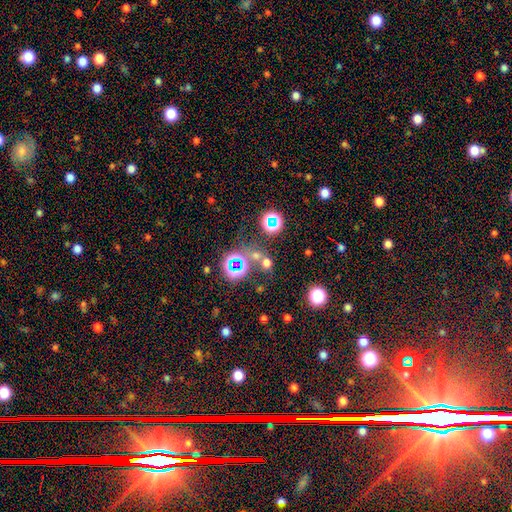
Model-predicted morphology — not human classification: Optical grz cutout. It shows a star or artifact, not a galaxy (55%).